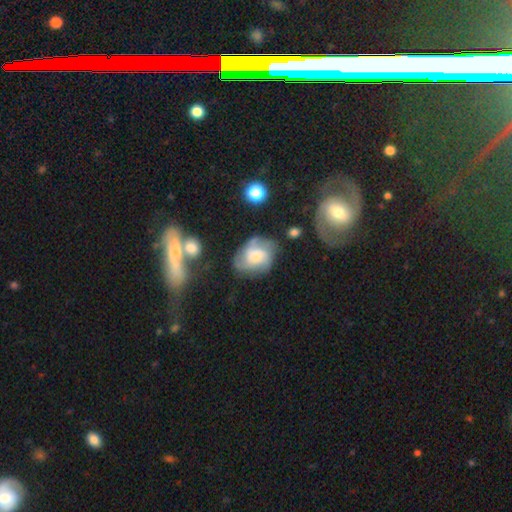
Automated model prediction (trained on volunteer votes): Overall: featured or disk (61%; smooth 30%). Edge-on disk: no (97%). Bar: no (70%). Spiral arms: yes (84%). Bulge size: moderate (38%; small 33%). Merging: none (54%; minor disturbance 25%).